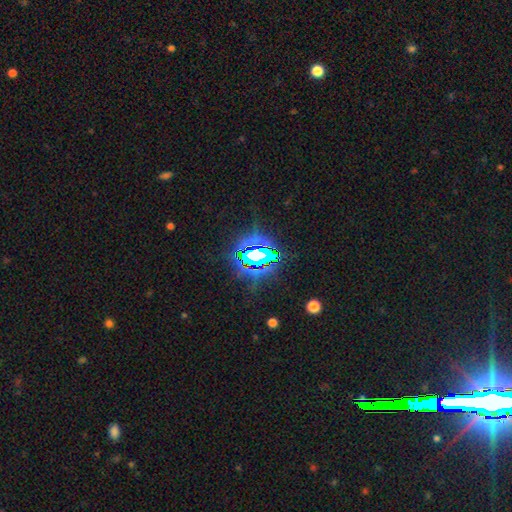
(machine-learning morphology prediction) smooth_or_featured: star or artifact (p=0.78) [alt: featured or disk p=0.11]